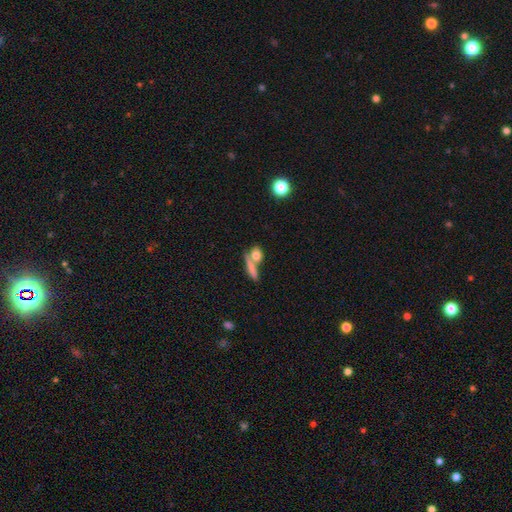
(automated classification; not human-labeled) Smooth or featured? smooth (74%)
How rounded? round (41%)
Merging? none (49%)